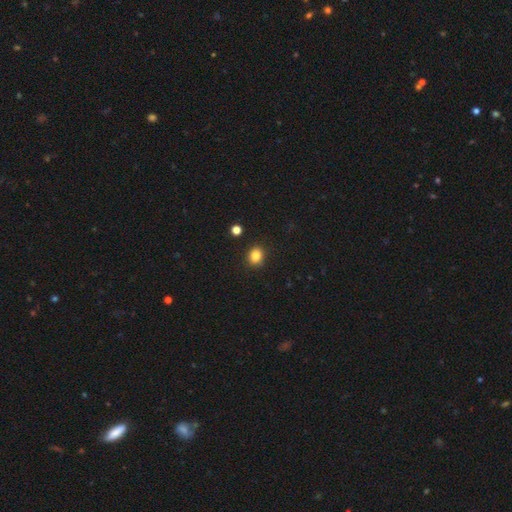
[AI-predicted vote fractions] The model was most divided on "how rounded": round: 65%, in between: 34%, cigar-shaped: 1%. More confident: merging — none (89%); smooth or featured — smooth (84%).